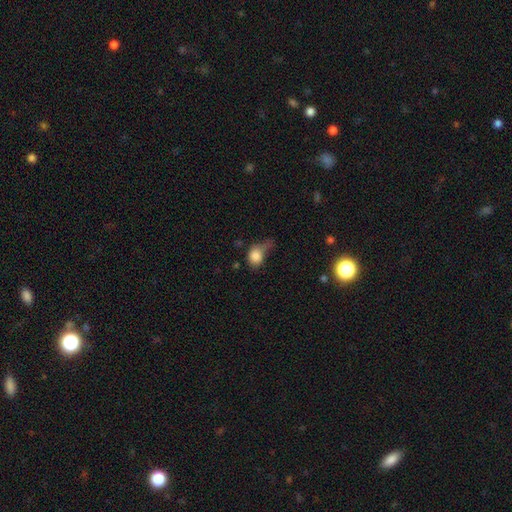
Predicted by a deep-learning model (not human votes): Smooth or featured? smooth (81%)
How rounded? round (53%)
Merging? major disturbance (37%)